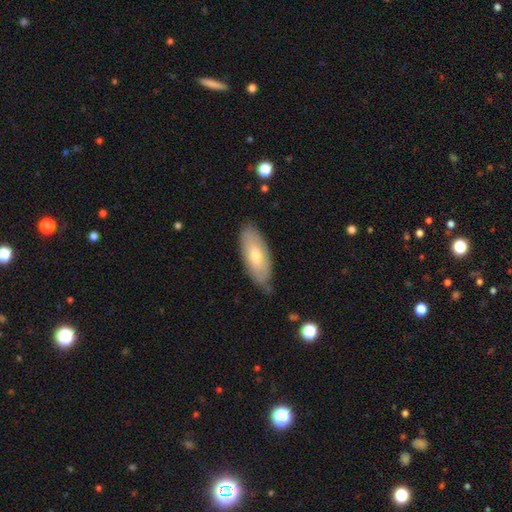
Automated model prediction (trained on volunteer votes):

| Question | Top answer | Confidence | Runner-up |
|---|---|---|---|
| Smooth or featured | smooth | 62% | featured or disk (32%) |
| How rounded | in between | 80% | cigar-shaped (18%) |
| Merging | none | 73% | minor disturbance (22%) |